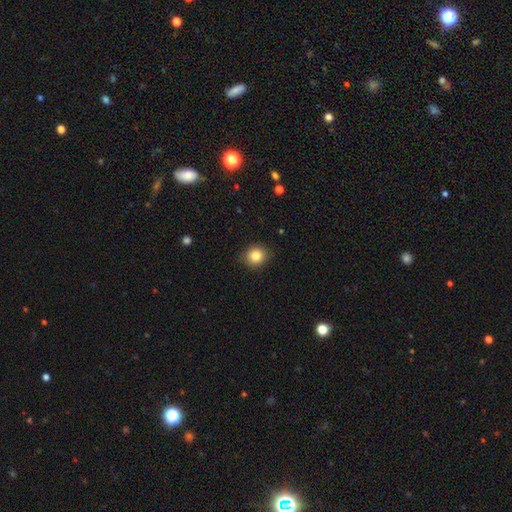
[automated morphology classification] Smooth or featured? smooth (85%)
How rounded? round (78%)
Merging? none (87%)